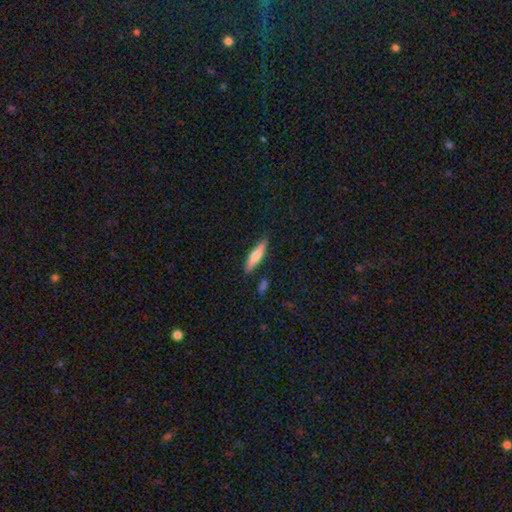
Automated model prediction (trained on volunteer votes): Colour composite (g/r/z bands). It shows a smooth galaxy with no disk features (66%) that is cigar-shaped (78%). Merging: none (84%).